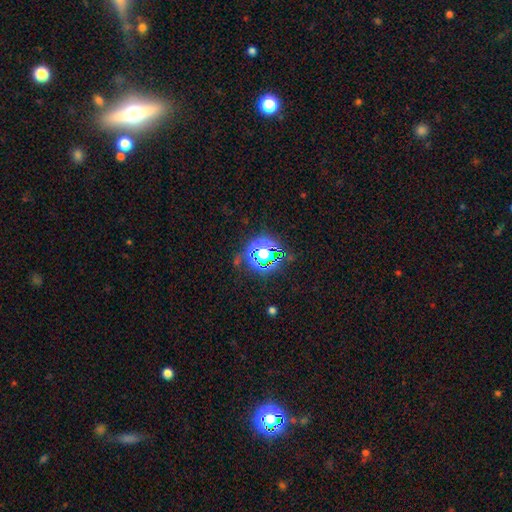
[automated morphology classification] Smooth or featured? Predicted: star or artifact (p=0.62).